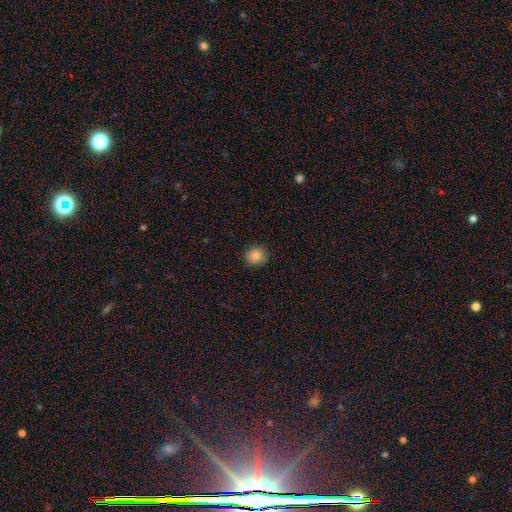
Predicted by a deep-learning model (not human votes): The model was most divided on "how rounded": round: 82%, in between: 17%, cigar-shaped: 1%. More confident: merging — none (89%); smooth or featured — smooth (85%).